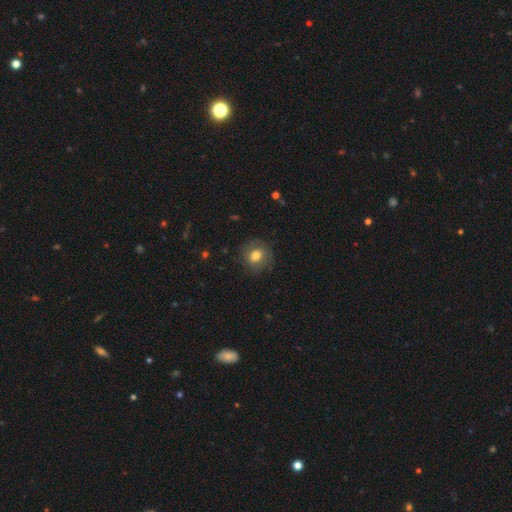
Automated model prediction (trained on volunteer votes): A smooth galaxy with no disk features (70%) that is round (80%).

Vote fractions:
- Smooth or featured? smooth: 70% / featured or disk: 21% / star or artifact: 9%
- How rounded? round: 80% / in between: 19% / cigar-shaped: 1%
- Merging? none: 79% / minor disturbance: 14% / major disturbance: 6% / merger: 1%